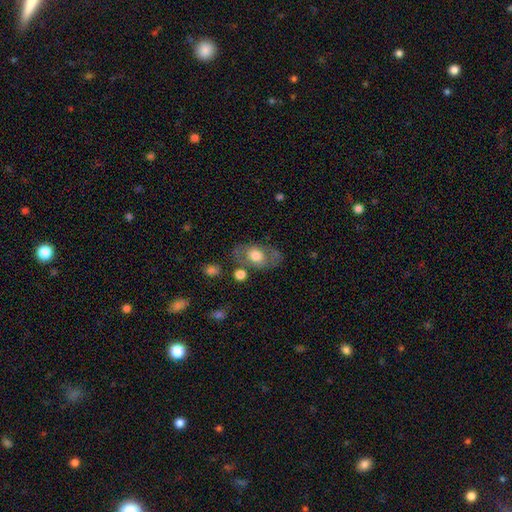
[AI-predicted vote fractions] This appears to be a smooth galaxy with no disk features (61%) that is in between round and cigar-shaped (82%). Merging: none (64%).